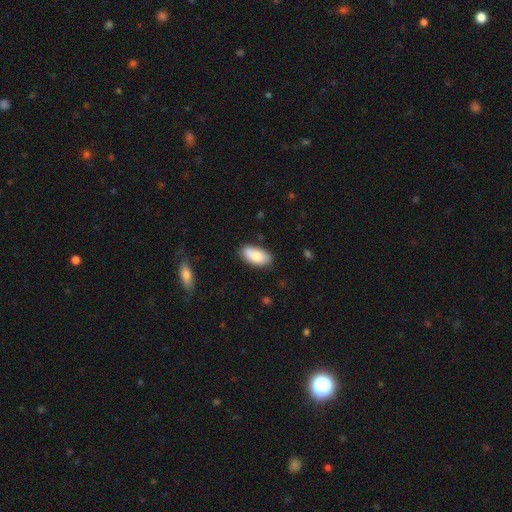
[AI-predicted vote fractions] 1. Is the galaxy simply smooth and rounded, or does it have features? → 79% smooth, 14% featured or disk, 6% star or artifact.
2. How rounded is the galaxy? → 93% in between, 4% cigar-shaped, 3% round.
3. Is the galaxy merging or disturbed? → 78% none, 17% minor disturbance, 3% major disturbance, 3% merger.